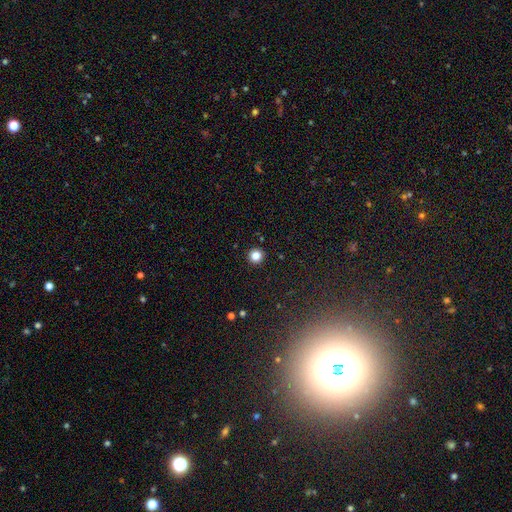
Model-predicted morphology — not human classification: Smooth or featured: smooth — 84% (star or artifact — 12%)
How rounded: round — 96% (in between — 3%)
Merging: none — 93% (minor disturbance — 4%)